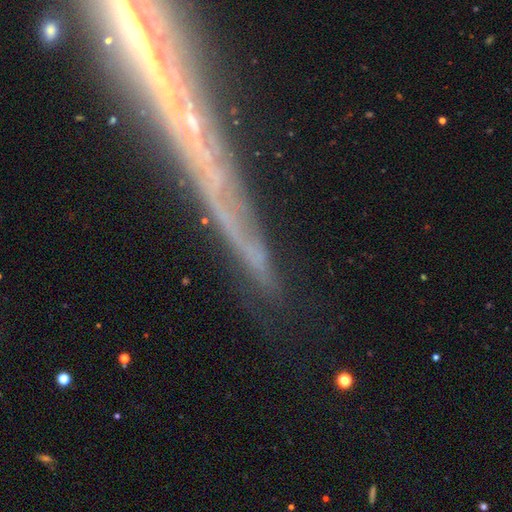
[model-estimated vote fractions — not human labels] Morphology: type=featured or disk (50%); merging=none (67%).